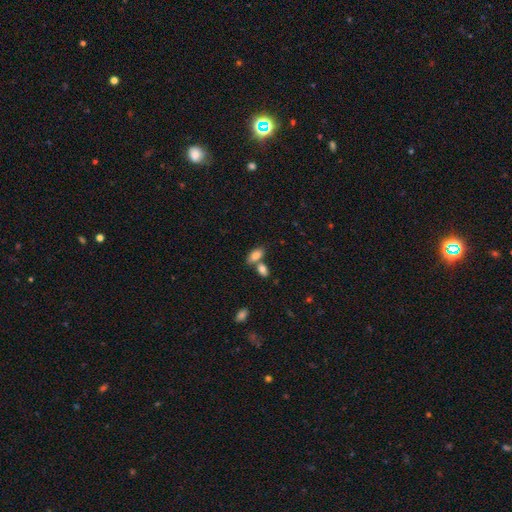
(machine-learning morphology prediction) A smooth galaxy with no disk features (83%) that is in between round and cigar-shaped (90%).

Vote fractions:
- Smooth or featured? smooth: 83% / featured or disk: 9% / star or artifact: 8%
- How rounded? in between: 90% / cigar-shaped: 6% / round: 4%
- Merging? none: 49% / merger: 37% / minor disturbance: 10% / major disturbance: 3%